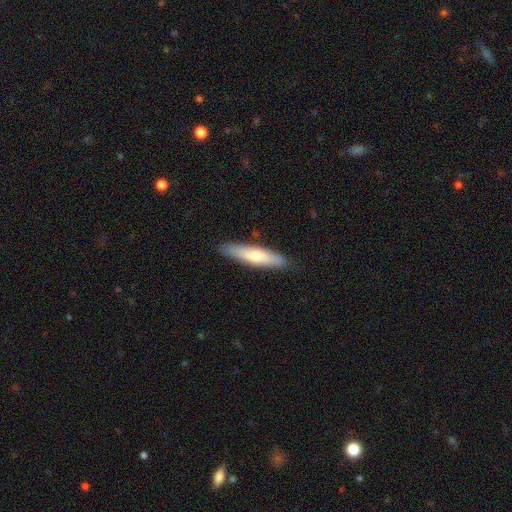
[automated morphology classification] A smooth galaxy with no disk features (62%) that is cigar-shaped (77%).

Vote fractions:
- Smooth or featured? smooth: 62% / featured or disk: 33% / star or artifact: 5%
- How rounded? cigar-shaped: 77% / in between: 21% / round: 2%
- Merging? none: 88% / minor disturbance: 9% / major disturbance: 2% / merger: 1%